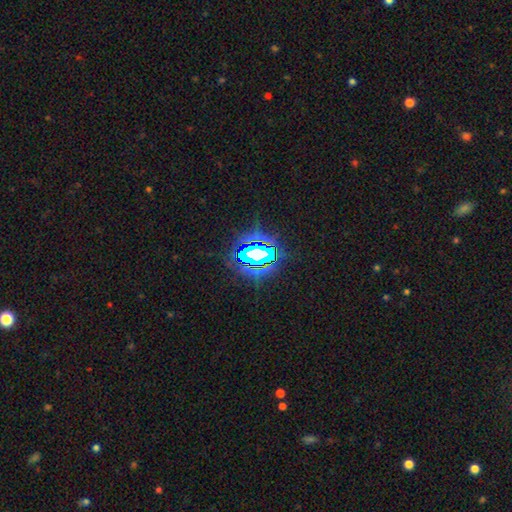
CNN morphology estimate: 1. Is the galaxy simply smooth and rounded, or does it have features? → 73% star or artifact, 14% featured or disk, 14% smooth.